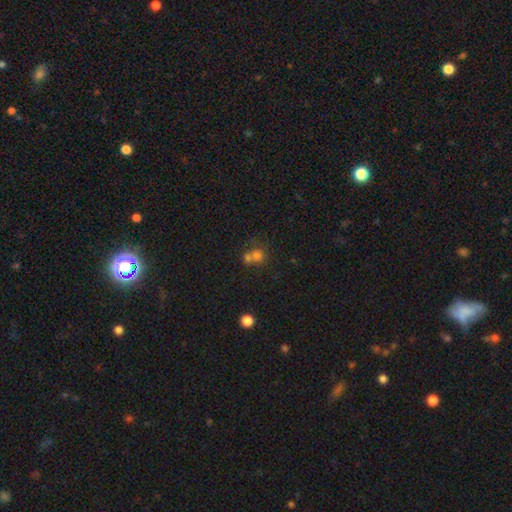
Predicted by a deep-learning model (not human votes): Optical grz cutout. It shows a smooth galaxy with no disk features (65%) that is round (79%). Merging: merger (49%).